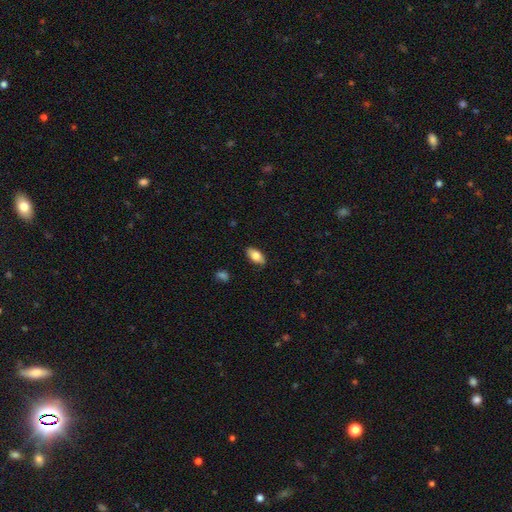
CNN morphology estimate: Smooth or featured? smooth (79%)
How rounded? in between (90%)
Merging? none (87%)